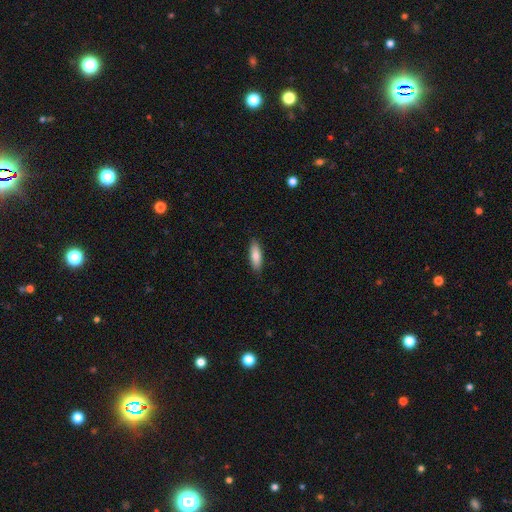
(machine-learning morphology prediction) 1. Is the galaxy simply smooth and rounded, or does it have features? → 83% smooth, 12% featured or disk, 6% star or artifact.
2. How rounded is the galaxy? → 53% in between, 45% cigar-shaped, 2% round.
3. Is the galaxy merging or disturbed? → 88% none, 10% minor disturbance, 2% major disturbance, 1% merger.